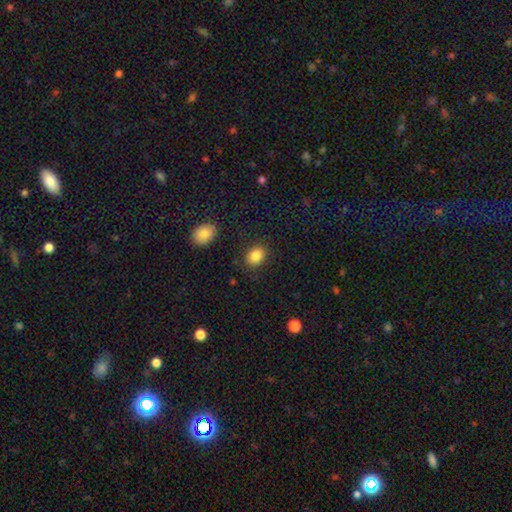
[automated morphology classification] Smooth or featured? Predicted: smooth (p=0.85). How rounded? Predicted: in between (p=0.66). Merging? Predicted: none (p=0.86).